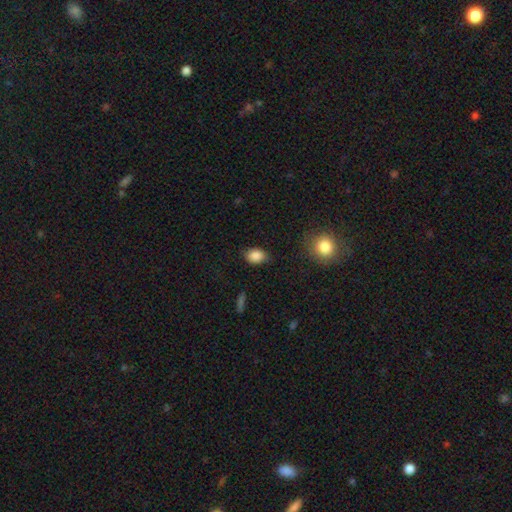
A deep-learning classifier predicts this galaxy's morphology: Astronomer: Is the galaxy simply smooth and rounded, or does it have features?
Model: smooth — 87%.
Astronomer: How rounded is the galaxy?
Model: in between — 71%.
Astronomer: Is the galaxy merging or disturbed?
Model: none — 76%.